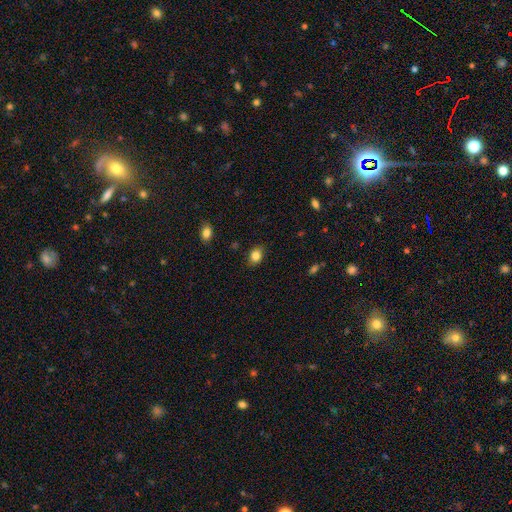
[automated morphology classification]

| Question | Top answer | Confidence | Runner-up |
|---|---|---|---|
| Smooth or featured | smooth | 84% | star or artifact (10%) |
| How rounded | in between | 60% | round (39%) |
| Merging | none | 85% | minor disturbance (11%) |